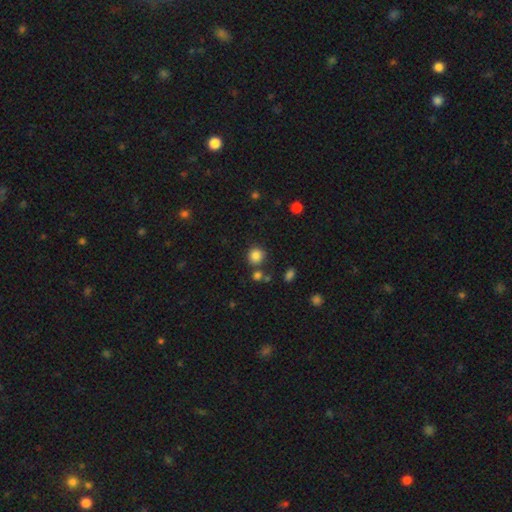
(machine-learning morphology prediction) The model was most divided on "merging": none: 79%, minor disturbance: 9%, merger: 8%, major disturbance: 3%. More confident: how rounded — round (89%); smooth or featured — smooth (85%).